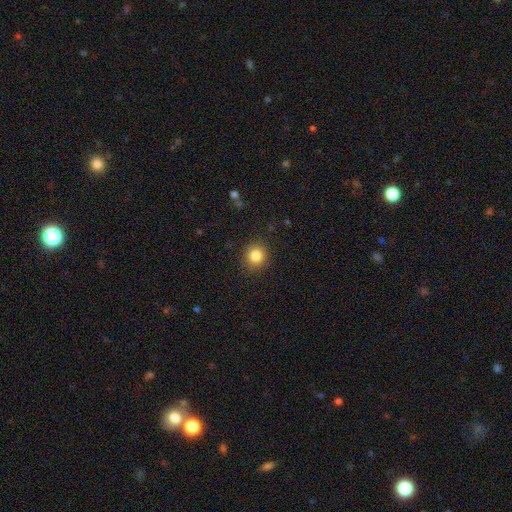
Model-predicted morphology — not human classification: A smooth galaxy with no disk features (84%) that is round (83%). Merging: none (87%).